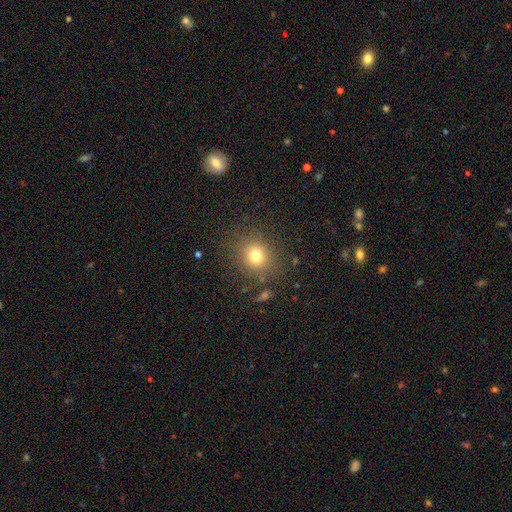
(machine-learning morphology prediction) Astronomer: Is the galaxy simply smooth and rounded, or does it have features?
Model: smooth — 76%.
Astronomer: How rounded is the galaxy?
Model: round — 78%.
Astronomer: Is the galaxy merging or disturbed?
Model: none — 84%.